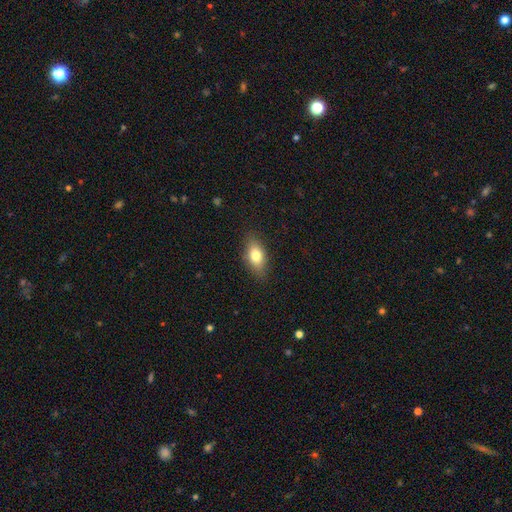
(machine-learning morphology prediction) Smooth or featured: smooth — 76% (featured or disk — 16%)
How rounded: in between — 84% (cigar-shaped — 8%)
Merging: none — 84% (minor disturbance — 12%)